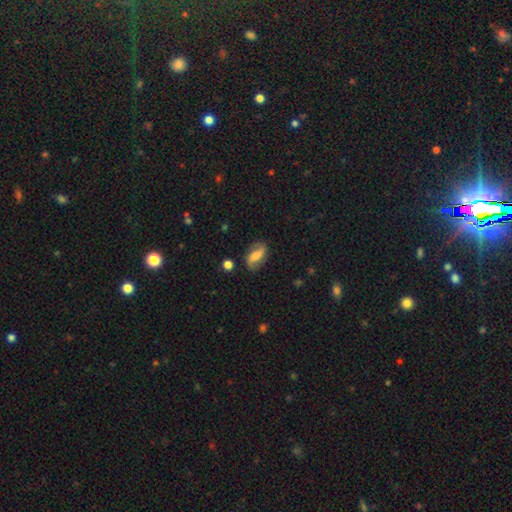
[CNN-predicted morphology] Overall: featured or disk (56%; smooth 36%). Edge-on disk: no (93%). Bar: weak (39%; strong 32%). Spiral arms: yes (86%). Bulge size: moderate (39%; small 27%). Merging: none (77%).